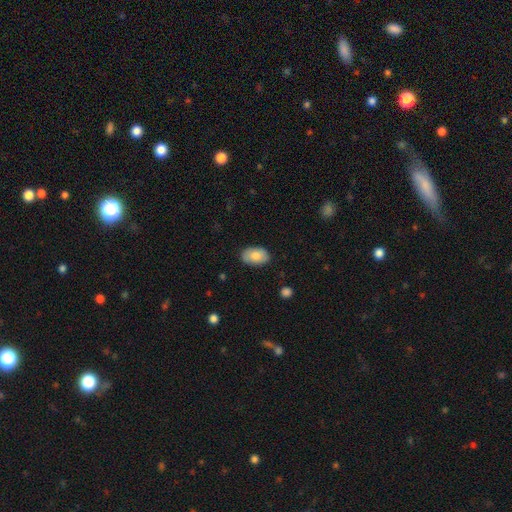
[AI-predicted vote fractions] Overall: smooth (80%). How rounded: in between (91%). Merging: none (84%).